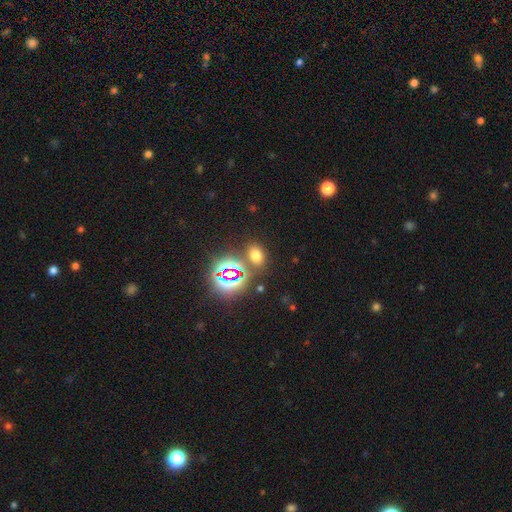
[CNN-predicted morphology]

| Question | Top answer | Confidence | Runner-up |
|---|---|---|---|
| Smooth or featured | smooth | 59% | star or artifact (34%) |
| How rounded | in between | 72% | round (27%) |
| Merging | none | 78% | merger (10%) |